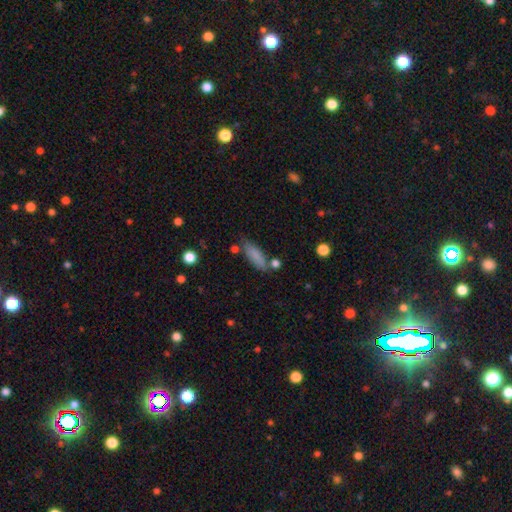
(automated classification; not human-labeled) This appears to be a smooth galaxy with no disk features (83%) that is in between round and cigar-shaped (56%). Merging: none (70%).